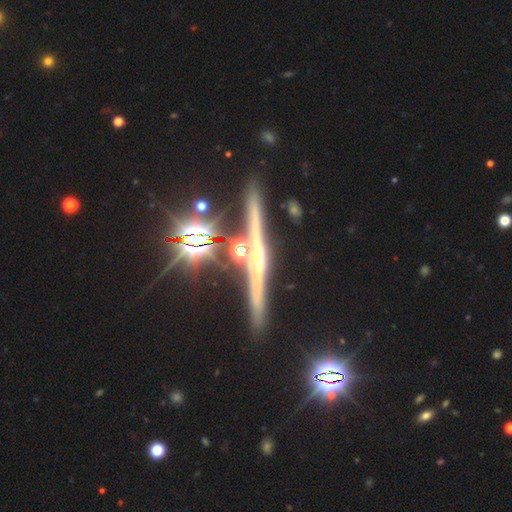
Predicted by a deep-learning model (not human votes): Smooth or featured? featured or disk (54%)
Edge-on disk? yes (95%)
Edge-on bulge? rounded (68%)
Merging? none (82%)